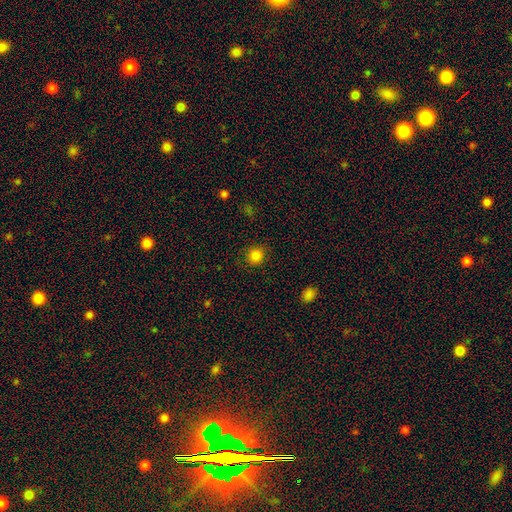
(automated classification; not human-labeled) Morphology: type=smooth (84%); roundness=round (86%); merging=none (87%).